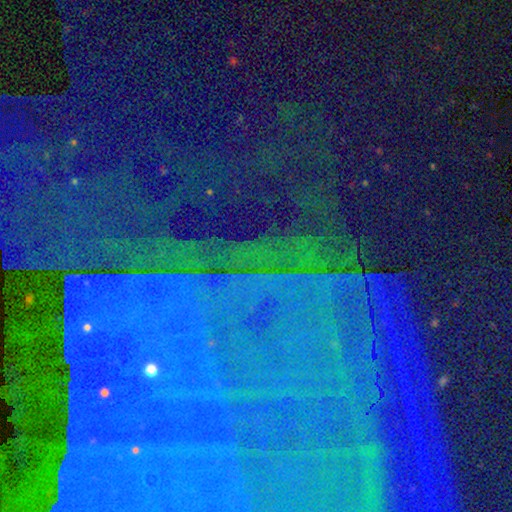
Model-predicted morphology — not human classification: smooth-or-featured: star or artifact: 87% | featured or disk: 7% | smooth: 6%